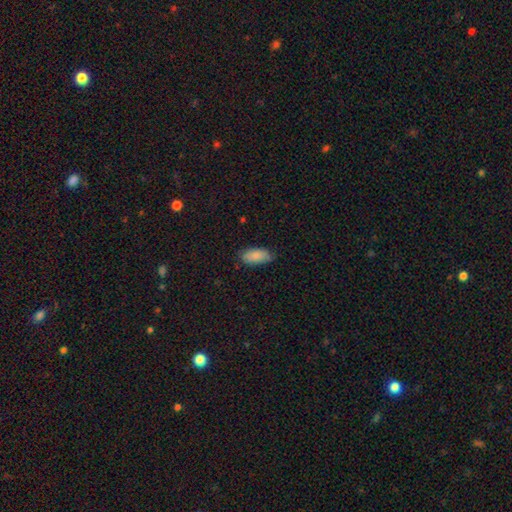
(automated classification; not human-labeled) Smooth or featured? smooth (86%)
How rounded? in between (91%)
Merging? none (74%)